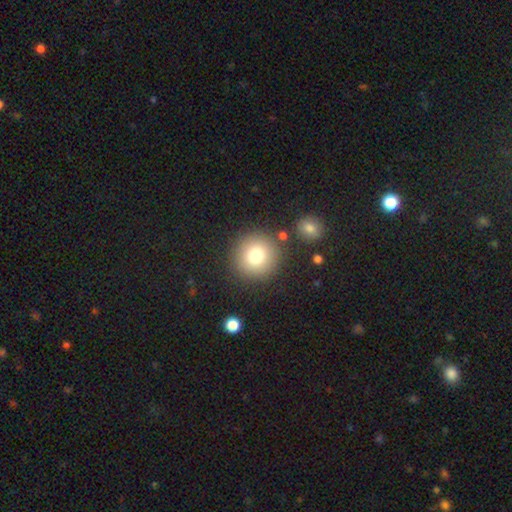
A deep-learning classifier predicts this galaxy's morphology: smooth_or_featured: smooth (p=0.78) [alt: star or artifact p=0.12]
how_rounded: round (p=0.95) [alt: in between p=0.04]
merging: none (p=0.85) [alt: minor disturbance p=0.07]